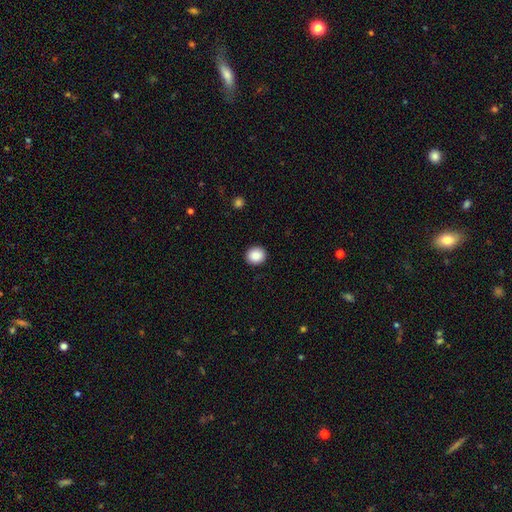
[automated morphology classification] Smooth or featured? Predicted: smooth (p=0.88). How rounded? Predicted: round (p=0.87). Merging? Predicted: none (p=0.92).